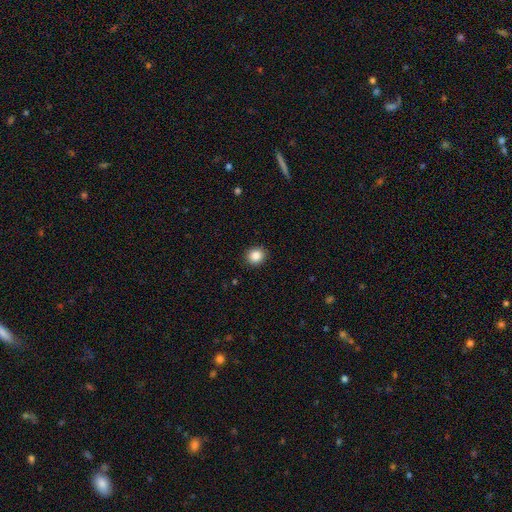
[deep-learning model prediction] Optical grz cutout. It shows a smooth galaxy with no disk features (86%) that is round (85%). Merging: none (92%).